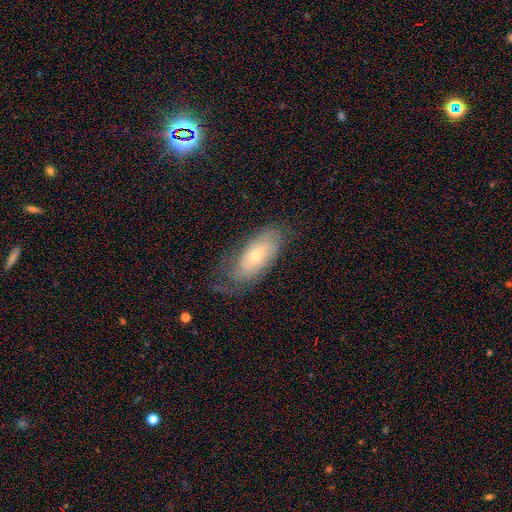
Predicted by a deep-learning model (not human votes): Q: Smooth or featured?
A: featured or disk (59%); runner-up: smooth (34%)
Q: Edge-on disk?
A: no (88%); runner-up: yes (12%)
Q: Bar?
A: no (75%); runner-up: weak (20%)
Q: Spiral arms?
A: yes (82%); runner-up: no (18%)
Q: Bulge size?
A: small (53%); runner-up: moderate (43%)
Q: Merging?
A: none (61%); runner-up: minor disturbance (25%)